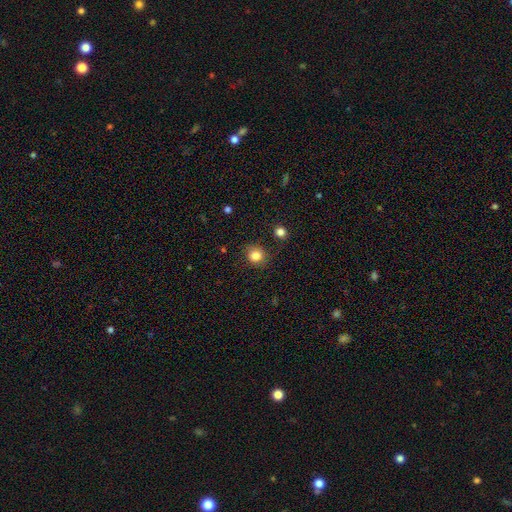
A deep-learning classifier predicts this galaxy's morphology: type=smooth (84%); roundness=round (84%); merging=none (82%).